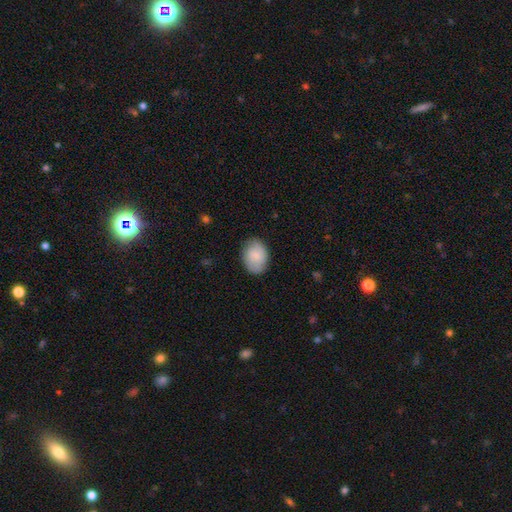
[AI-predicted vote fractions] Smooth or featured? smooth (79%)
How rounded? in between (75%)
Merging? none (80%)